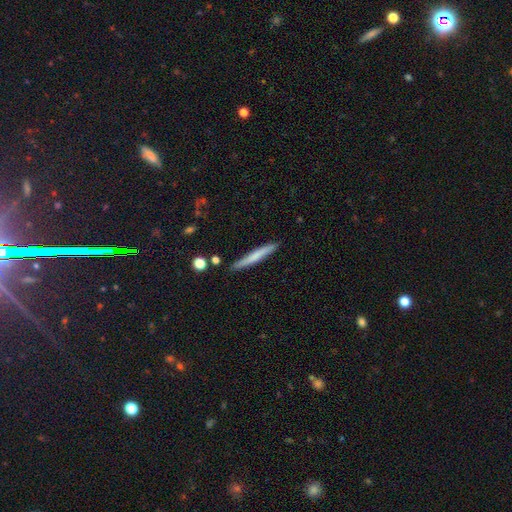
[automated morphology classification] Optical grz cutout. It shows a smooth galaxy with no disk features (63%) that is cigar-shaped (96%). Merging: none (88%).